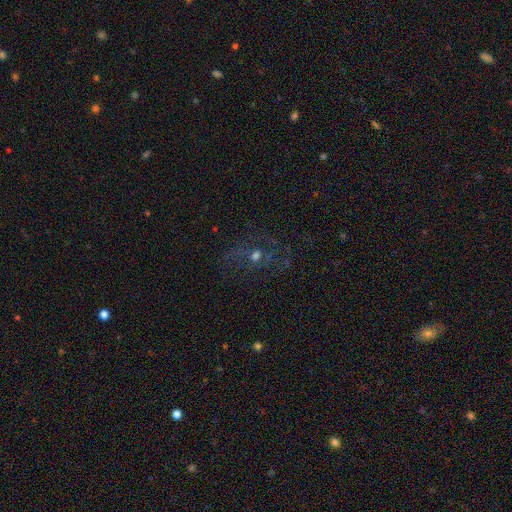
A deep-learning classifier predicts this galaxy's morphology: The model was most divided on "smooth or featured": featured or disk: 42%, star or artifact: 32%, smooth: 26%. More confident: merging — none (61%).